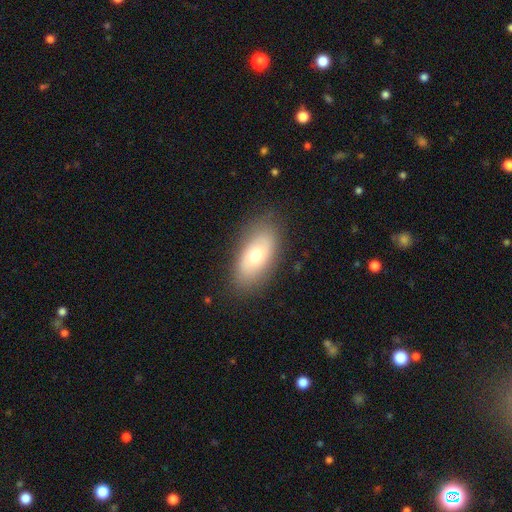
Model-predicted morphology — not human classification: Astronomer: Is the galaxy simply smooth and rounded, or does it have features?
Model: smooth — 64%.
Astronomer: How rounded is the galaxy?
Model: in between — 90%.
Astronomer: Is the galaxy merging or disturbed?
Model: none — 83%.